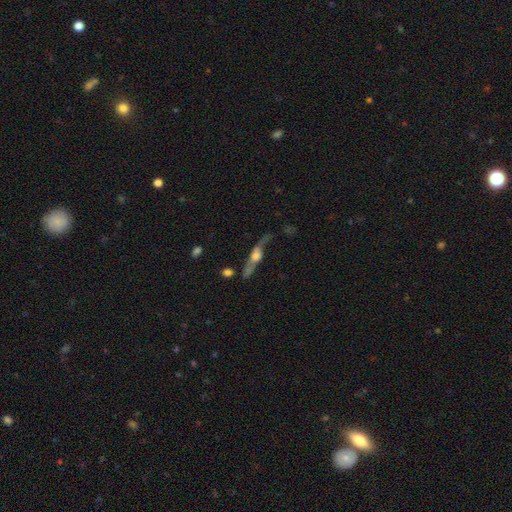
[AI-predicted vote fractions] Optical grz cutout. It shows a featured or disk galaxy (68%) viewed edge-on (84%) with a rounded central bulge (88%). Merging: none (57%).